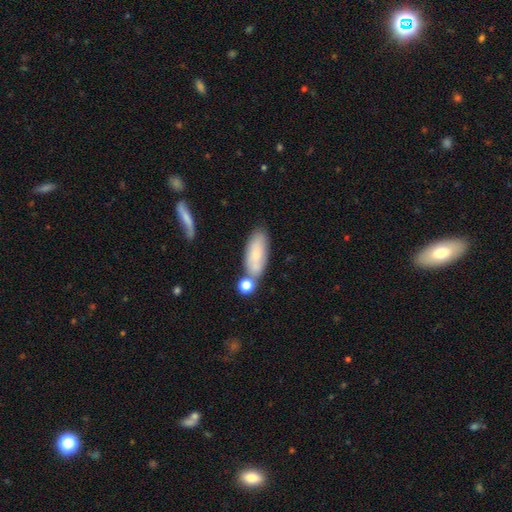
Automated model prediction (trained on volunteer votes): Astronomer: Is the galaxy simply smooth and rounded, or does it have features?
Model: smooth — 72%.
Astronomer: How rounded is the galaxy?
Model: in between — 76%.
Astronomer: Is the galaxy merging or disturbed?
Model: none — 61%.